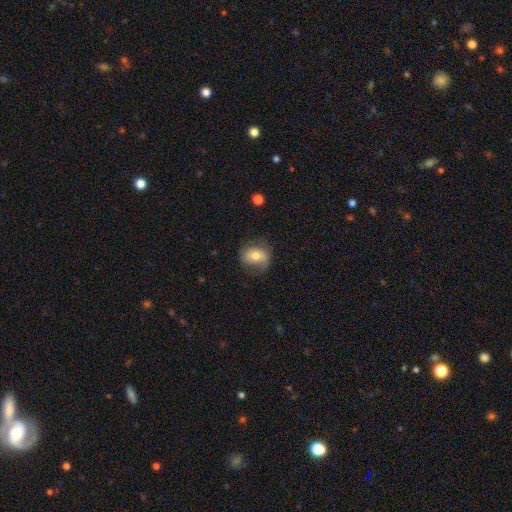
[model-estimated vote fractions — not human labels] Smooth or featured?
  - smooth: 60% *
  - featured or disk: 31%
  - star or artifact: 8%
How rounded?
  - in between: 54% *
  - round: 45%
  - cigar-shaped: 1%
Merging?
  - none: 61% *
  - minor disturbance: 25%
  - major disturbance: 13%
  - merger: 2%